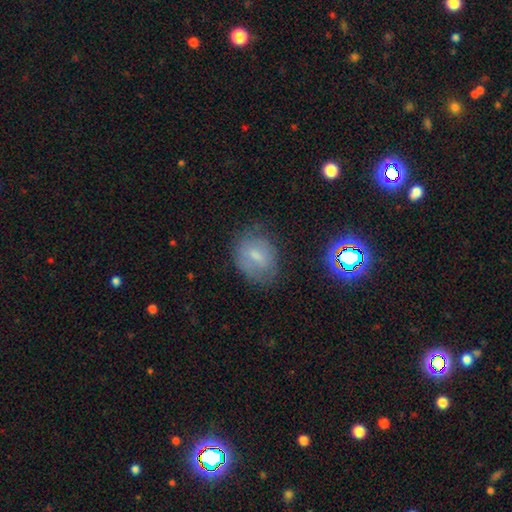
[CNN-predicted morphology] type=smooth (58%); roundness=in between (60%); merging=none (65%).